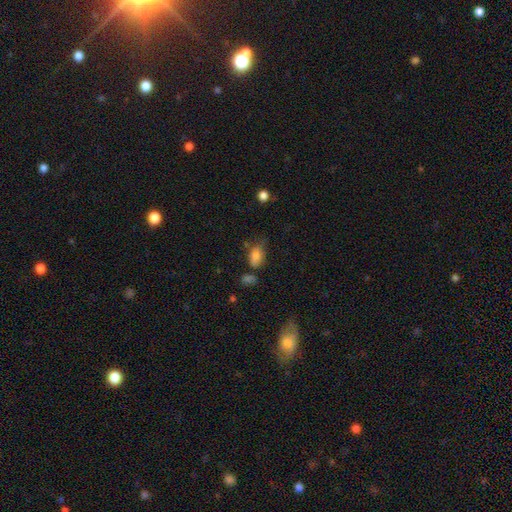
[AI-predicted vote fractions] Smooth or featured? smooth (82%)
How rounded? in between (88%)
Merging? none (48%)